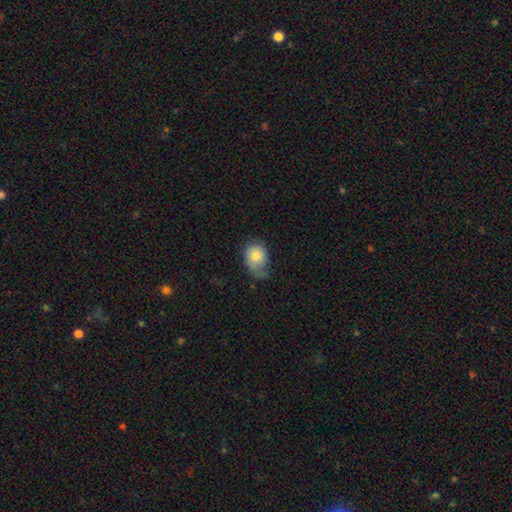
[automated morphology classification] A smooth galaxy with no disk features (72%) that is in between round and cigar-shaped (58%).

Vote fractions:
- Smooth or featured? smooth: 72% / featured or disk: 21% / star or artifact: 8%
- How rounded? in between: 58% / round: 41% / cigar-shaped: 1%
- Merging? minor disturbance: 38% / none: 35% / major disturbance: 24% / merger: 3%